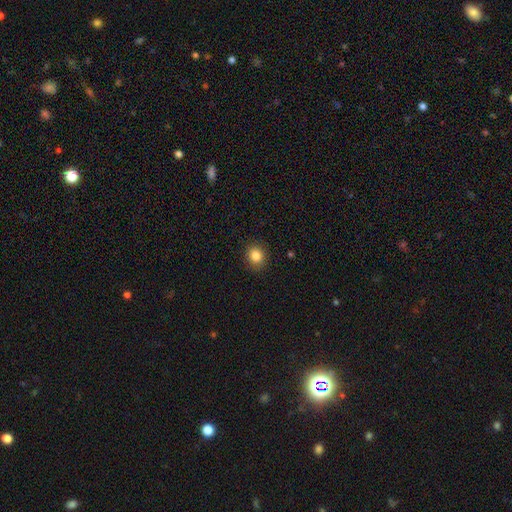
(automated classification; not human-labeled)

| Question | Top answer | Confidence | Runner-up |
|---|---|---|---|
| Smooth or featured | smooth | 84% | star or artifact (11%) |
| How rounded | round | 76% | in between (23%) |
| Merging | none | 90% | minor disturbance (7%) |